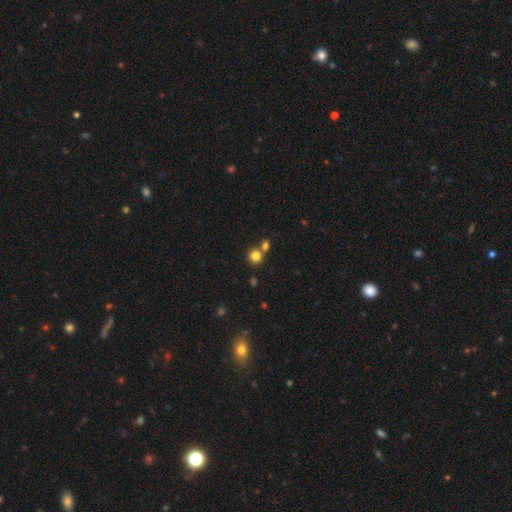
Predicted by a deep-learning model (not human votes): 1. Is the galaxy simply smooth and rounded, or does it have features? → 81% smooth, 12% star or artifact, 6% featured or disk.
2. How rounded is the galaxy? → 89% round, 10% in between, 1% cigar-shaped.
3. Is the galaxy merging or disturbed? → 62% none, 28% merger, 7% minor disturbance, 3% major disturbance.